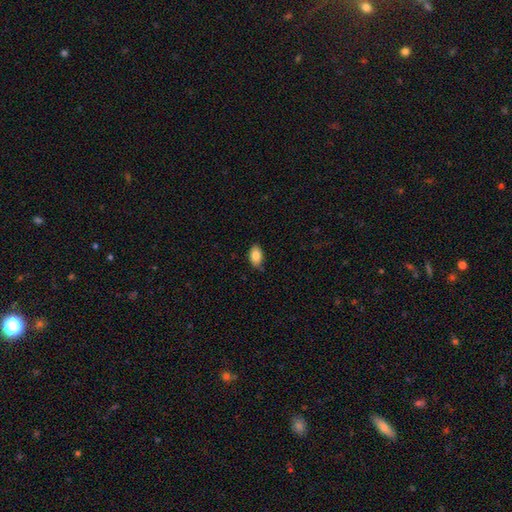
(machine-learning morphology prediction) Q: Smooth or featured?
A: smooth (85%); runner-up: star or artifact (7%)
Q: How rounded?
A: in between (92%); runner-up: round (6%)
Q: Merging?
A: none (78%); runner-up: minor disturbance (18%)